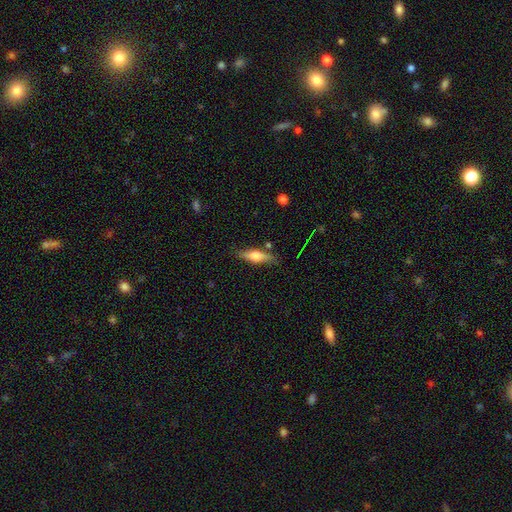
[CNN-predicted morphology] smooth 53%, featured or disk 40%, star or artifact 8%. Down the decision tree: how rounded — cigar-shaped (58%); merging — none (80%).